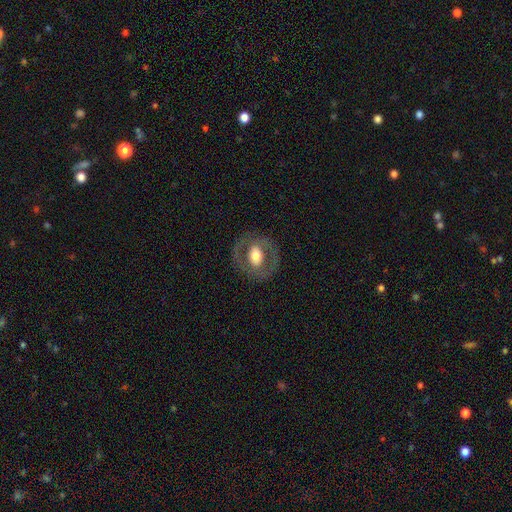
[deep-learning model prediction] Overall: featured or disk (56%; smooth 38%). Edge-on disk: no (93%). Bar: no (50%; weak 29%). Spiral arms: no (75%). Bulge size: moderate (57%; large 31%). Merging: none (80%).